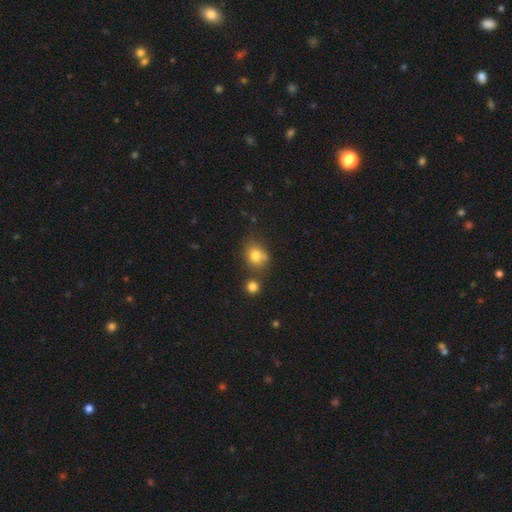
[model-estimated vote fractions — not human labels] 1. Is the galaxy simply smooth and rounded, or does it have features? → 79% smooth, 11% star or artifact, 9% featured or disk.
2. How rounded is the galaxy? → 64% round, 35% in between, 1% cigar-shaped.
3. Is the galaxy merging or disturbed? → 59% none, 18% minor disturbance, 16% merger, 6% major disturbance.